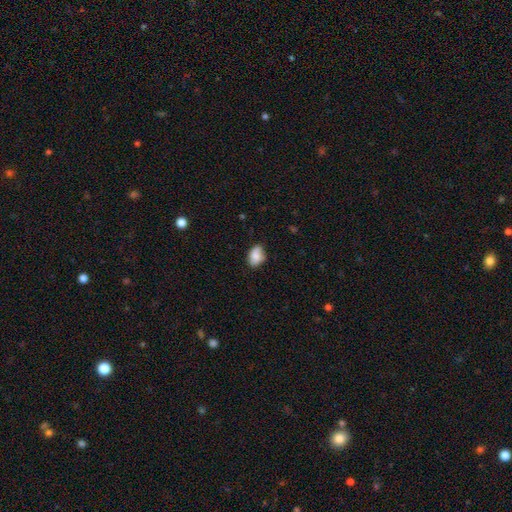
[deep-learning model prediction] smooth-or-featured: smooth: 82% | featured or disk: 10% | star or artifact: 8%
  how-rounded: in between: 85% | round: 14% | cigar-shaped: 2%
  merging: none: 64% | minor disturbance: 29% | major disturbance: 5% | merger: 3%